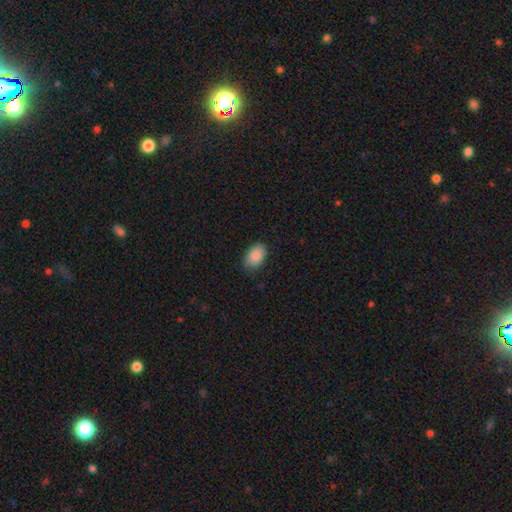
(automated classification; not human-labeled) Smooth or featured? smooth (88%)
How rounded? in between (90%)
Merging? none (85%)